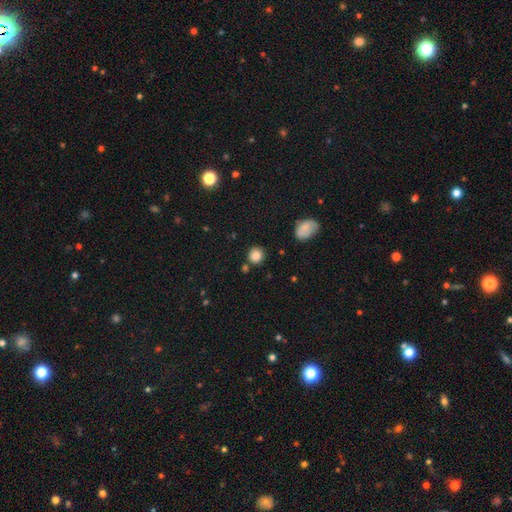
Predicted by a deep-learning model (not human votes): This appears to be a smooth galaxy with no disk features (84%) that is round (90%). Merging: none (80%).